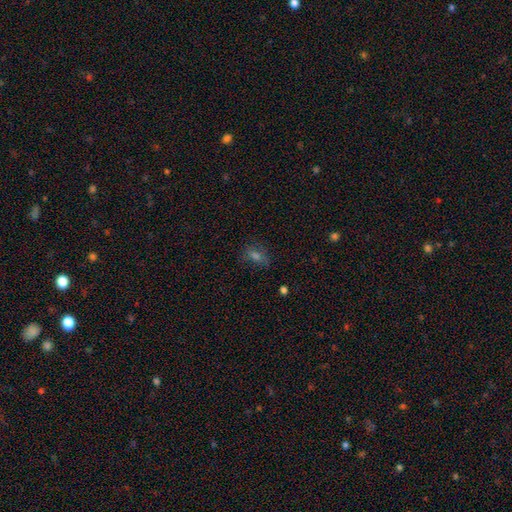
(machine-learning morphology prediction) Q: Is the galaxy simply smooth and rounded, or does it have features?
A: smooth — 56%.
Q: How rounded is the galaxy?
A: in between — 69%.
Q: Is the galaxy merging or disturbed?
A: none — 73%.